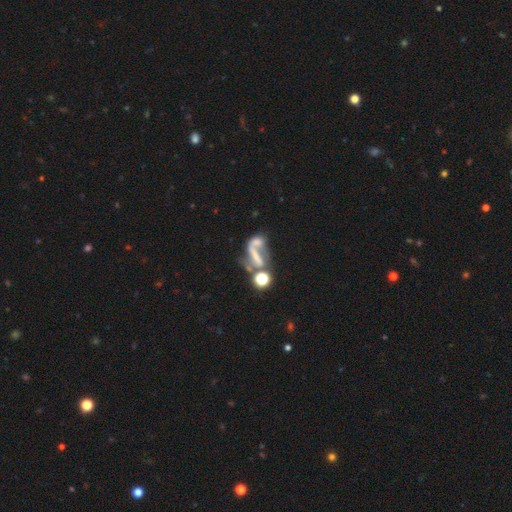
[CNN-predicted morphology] smooth_or_featured: featured or disk (p=0.53) [alt: smooth p=0.28]
disk_edge_on: no (p=0.92) [alt: yes p=0.08]
merging: merger (p=0.39) [alt: major disturbance p=0.28]